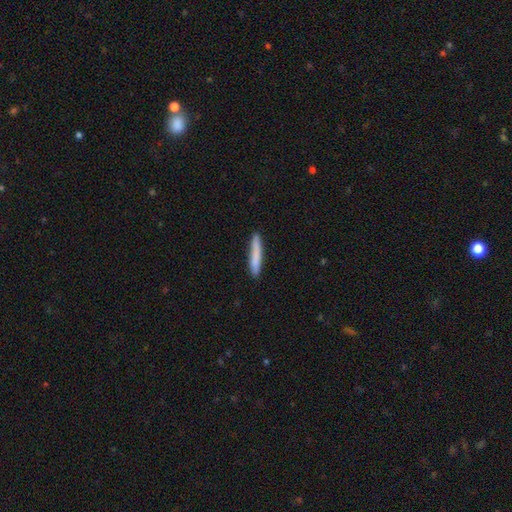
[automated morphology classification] The model was most divided on "smooth or featured": smooth: 80%, featured or disk: 14%, star or artifact: 6%. More confident: how rounded — cigar-shaped (95%); merging — none (88%).